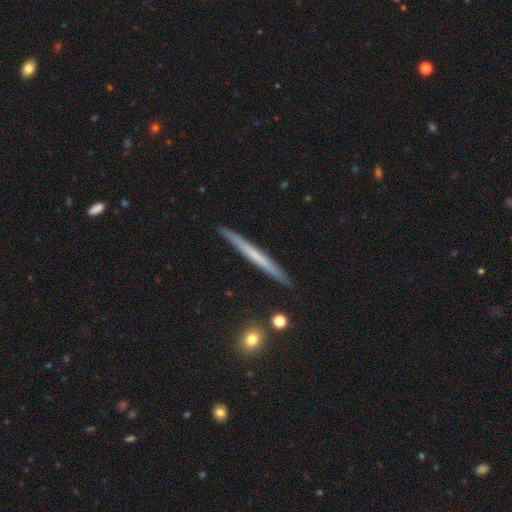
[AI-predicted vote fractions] Smooth or featured: featured or disk — 54% (smooth — 40%)
Edge-on disk: yes — 97% (no — 3%)
Edge-on bulge: none — 85% (rounded — 12%)
Merging: none — 91% (minor disturbance — 7%)